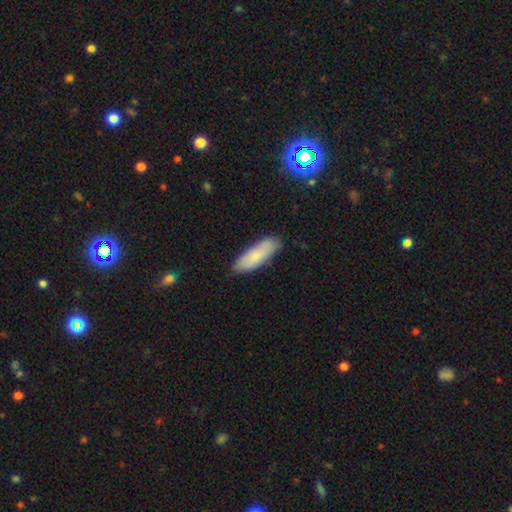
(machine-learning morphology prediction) This appears to be a smooth galaxy with no disk features (81%) that is in between round and cigar-shaped (57%). Merging: none (80%).